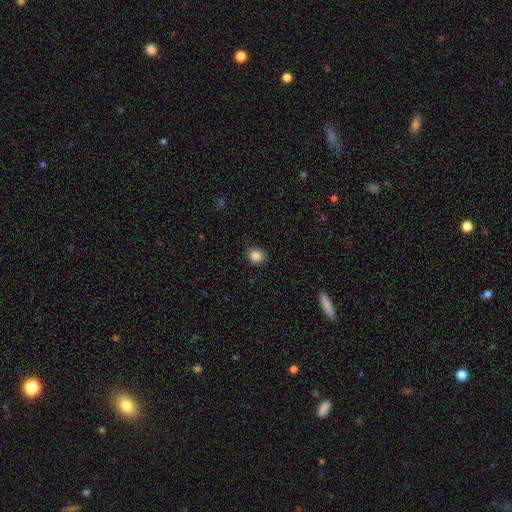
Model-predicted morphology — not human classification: smooth-or-featured: smooth: 85% | star or artifact: 10% | featured or disk: 5%
  how-rounded: round: 65% | in between: 34% | cigar-shaped: 1%
  merging: none: 83% | minor disturbance: 13% | major disturbance: 3% | merger: 1%